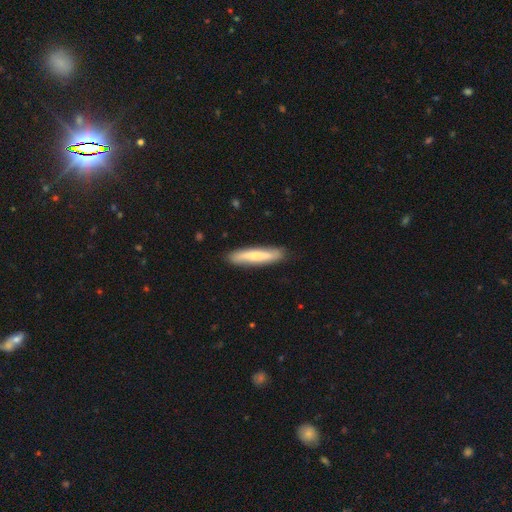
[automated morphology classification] smooth-or-featured: smooth: 59% | featured or disk: 36% | star or artifact: 5%
  how-rounded: cigar-shaped: 86% | in between: 12% | round: 2%
  merging: none: 86% | minor disturbance: 10% | major disturbance: 2% | merger: 1%